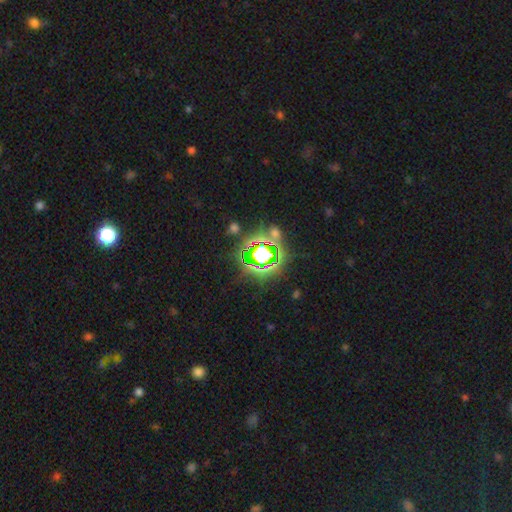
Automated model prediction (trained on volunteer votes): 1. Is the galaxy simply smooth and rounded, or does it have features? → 74% star or artifact, 14% smooth, 12% featured or disk.